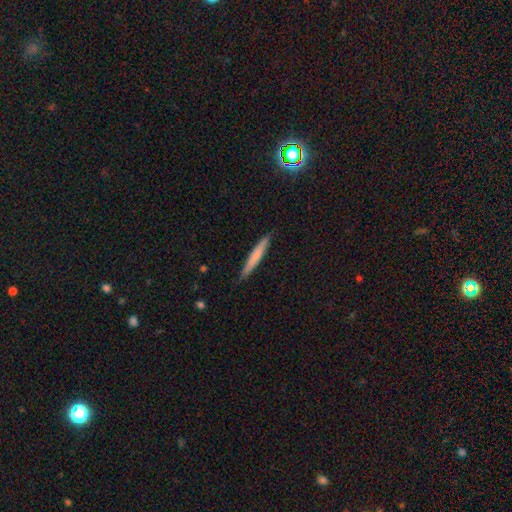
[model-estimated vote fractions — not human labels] Smooth or featured? Predicted: smooth (p=0.66). How rounded? Predicted: cigar-shaped (p=0.96). Merging? Predicted: none (p=0.89).